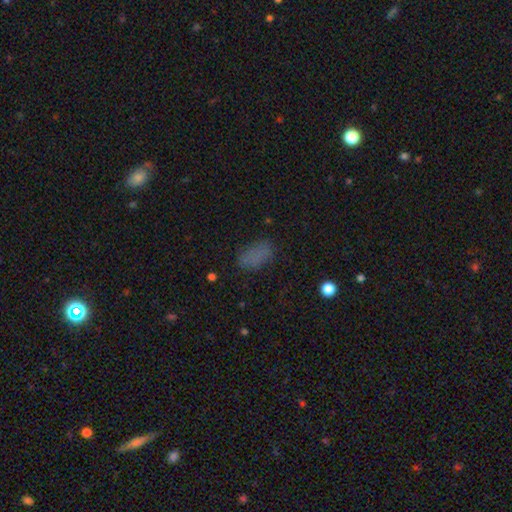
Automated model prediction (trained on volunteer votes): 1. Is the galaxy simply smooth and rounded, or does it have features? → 78% smooth, 15% star or artifact, 7% featured or disk.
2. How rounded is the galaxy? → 90% in between, 6% cigar-shaped, 5% round.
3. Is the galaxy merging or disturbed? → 76% none, 16% minor disturbance, 6% major disturbance, 2% merger.